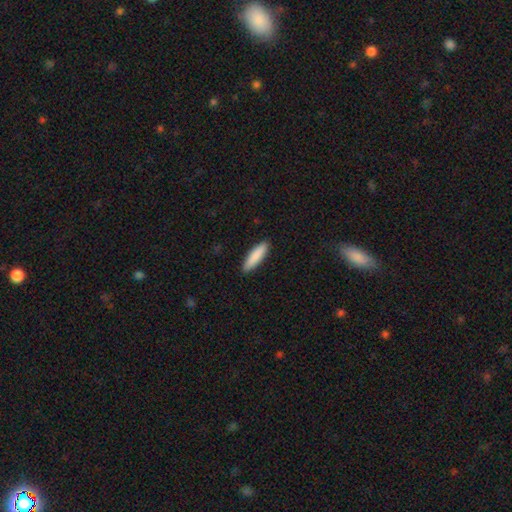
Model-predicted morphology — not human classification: This appears to be a smooth galaxy with no disk features (88%) that is cigar-shaped (71%). Merging: none (90%).